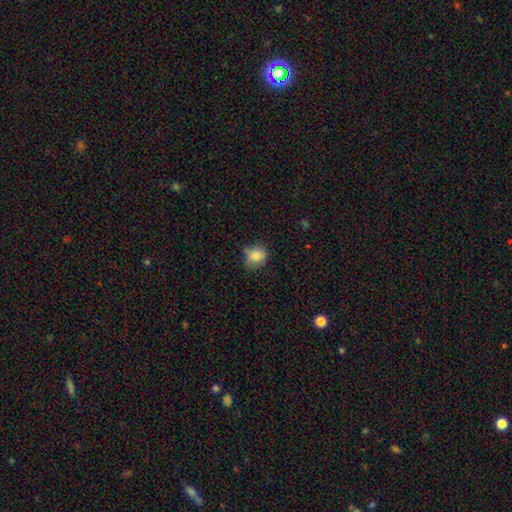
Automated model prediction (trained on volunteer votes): smooth-or-featured: smooth: 83% | star or artifact: 10% | featured or disk: 7%
  how-rounded: round: 76% | in between: 23% | cigar-shaped: 1%
  merging: none: 67% | minor disturbance: 25% | major disturbance: 5% | merger: 4%